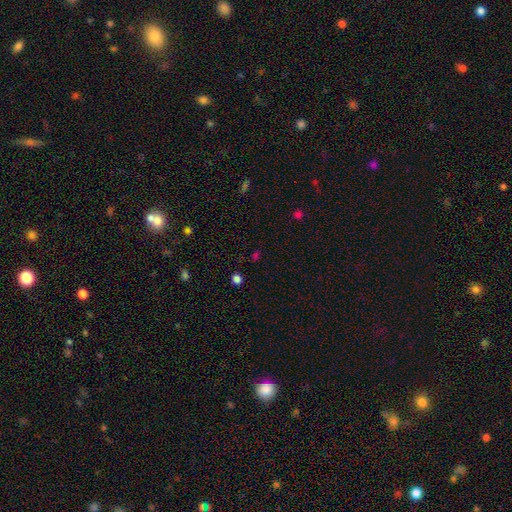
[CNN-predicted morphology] The model was most divided on "smooth or featured": smooth: 50%, star or artifact: 44%, featured or disk: 6%. More confident: merging — none (81%); how rounded — round (65%).